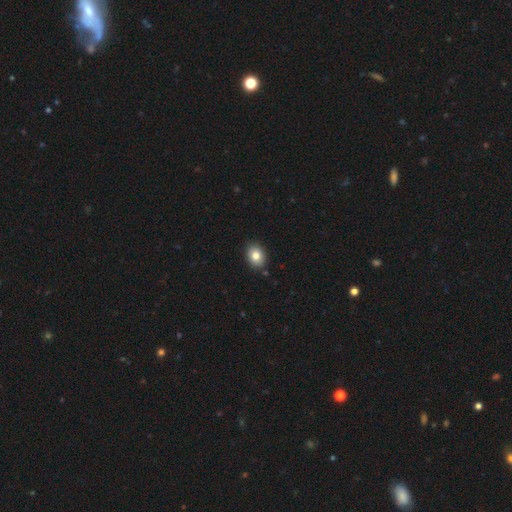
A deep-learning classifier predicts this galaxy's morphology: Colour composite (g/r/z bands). It shows a smooth galaxy with no disk features (82%) that is in between round and cigar-shaped (63%). Merging: none (88%).